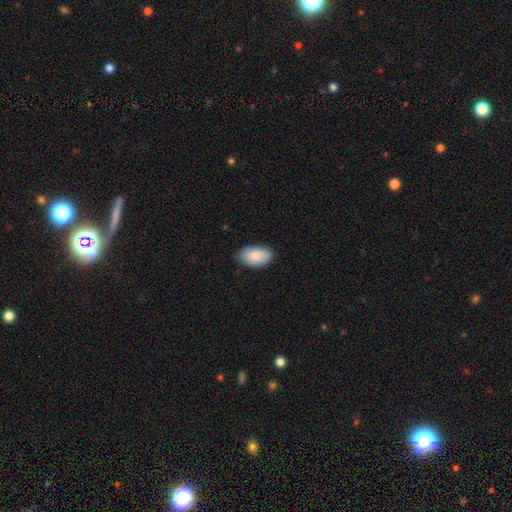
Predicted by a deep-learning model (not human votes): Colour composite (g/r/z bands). It shows a smooth galaxy with no disk features (85%) that is in between round and cigar-shaped (95%). Merging: none (81%).